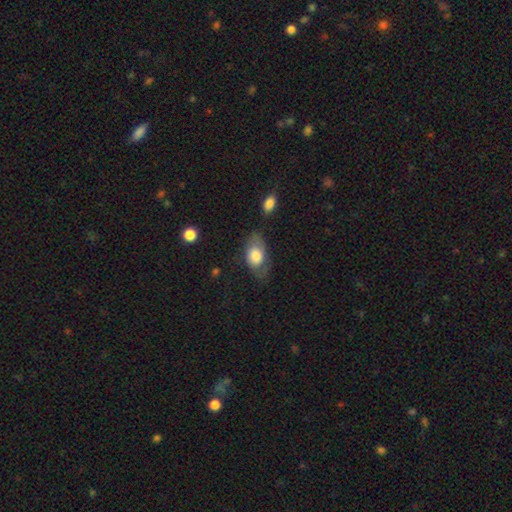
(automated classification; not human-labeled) Smooth or featured? Predicted: smooth (p=0.66). How rounded? Predicted: in between (p=0.88). Merging? Predicted: none (p=0.56).